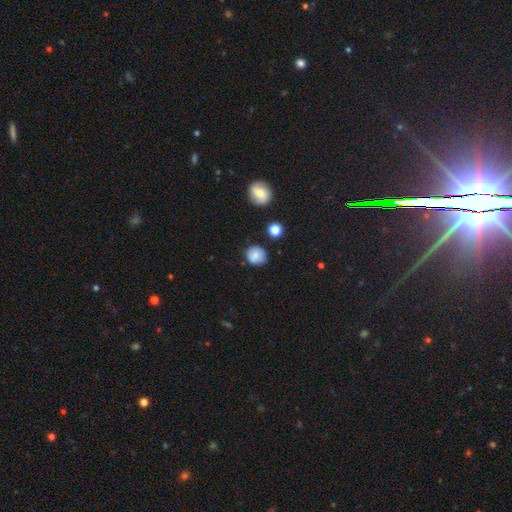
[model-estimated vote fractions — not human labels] Morphology: type=smooth (81%); roundness=round (85%); merging=none (78%).